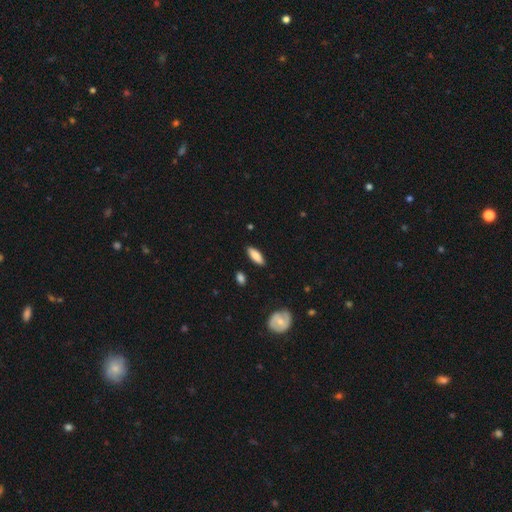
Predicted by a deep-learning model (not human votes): Smooth or featured: smooth — 81% (featured or disk — 13%)
How rounded: in between — 67% (cigar-shaped — 31%)
Merging: none — 86% (minor disturbance — 10%)